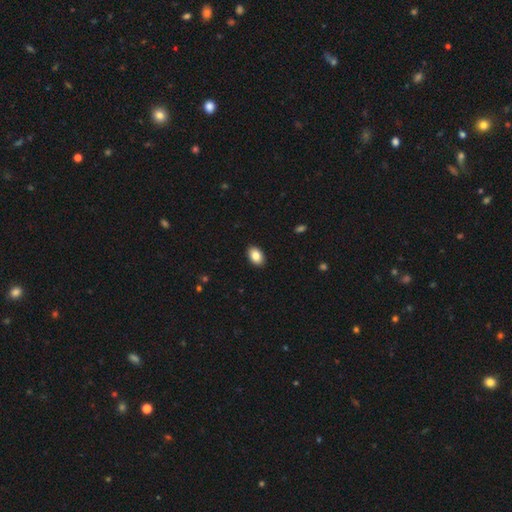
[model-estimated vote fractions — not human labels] Q: Smooth or featured?
A: smooth (85%); runner-up: star or artifact (8%)
Q: How rounded?
A: in between (89%); runner-up: round (10%)
Q: Merging?
A: none (91%); runner-up: minor disturbance (7%)